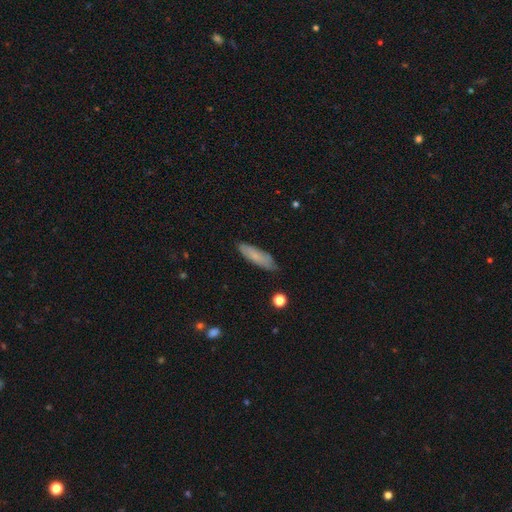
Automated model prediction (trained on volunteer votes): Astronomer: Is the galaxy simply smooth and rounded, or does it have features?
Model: smooth — 72%.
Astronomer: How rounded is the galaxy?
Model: cigar-shaped — 64%.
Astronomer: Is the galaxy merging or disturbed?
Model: none — 82%.